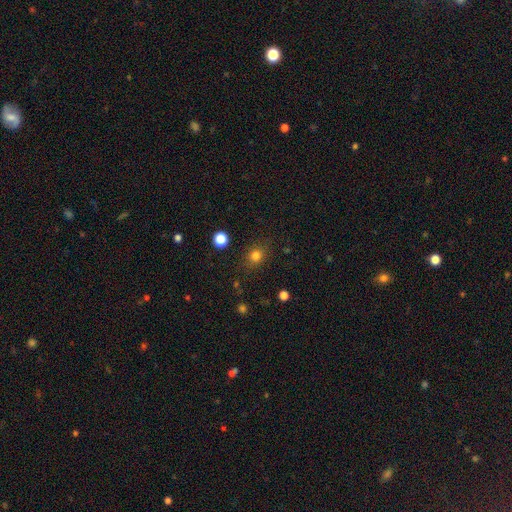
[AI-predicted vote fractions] The model was most divided on "how rounded": round: 67%, in between: 32%, cigar-shaped: 1%. More confident: merging — none (83%); smooth or featured — smooth (80%).